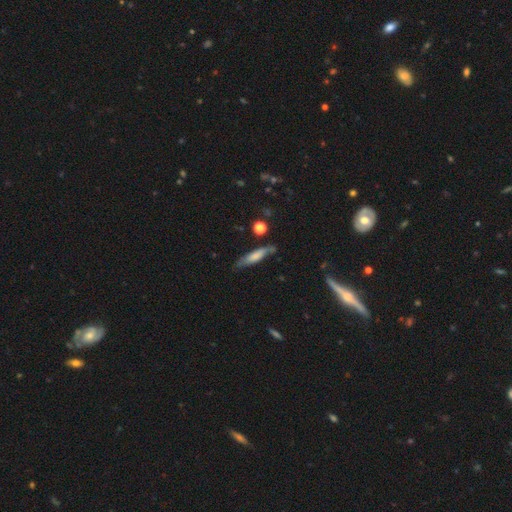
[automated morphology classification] Q: Smooth or featured?
A: smooth (62%); runner-up: featured or disk (31%)
Q: How rounded?
A: cigar-shaped (80%); runner-up: in between (18%)
Q: Merging?
A: none (69%); runner-up: minor disturbance (22%)